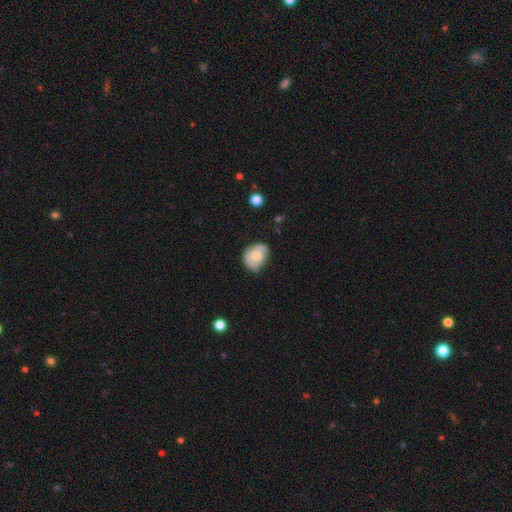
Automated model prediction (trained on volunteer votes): Smooth or featured?
  - featured or disk: 47% *
  - smooth: 46%
  - star or artifact: 7%
Merging?
  - none: 49% *
  - minor disturbance: 36%
  - major disturbance: 12%
  - merger: 3%